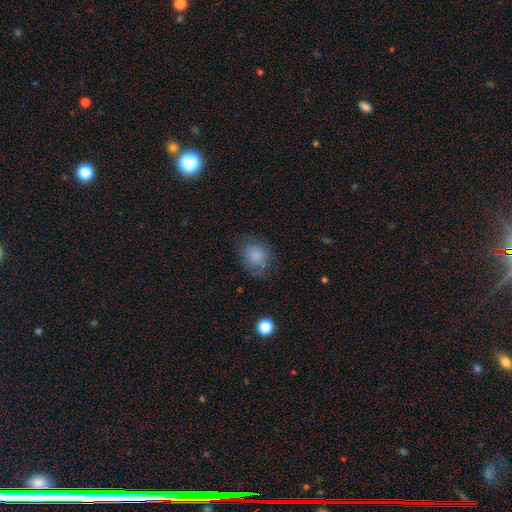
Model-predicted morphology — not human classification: smooth 81%, featured or disk 10%, star or artifact 9%. Down the decision tree: how rounded — round (61%); merging — none (68%).